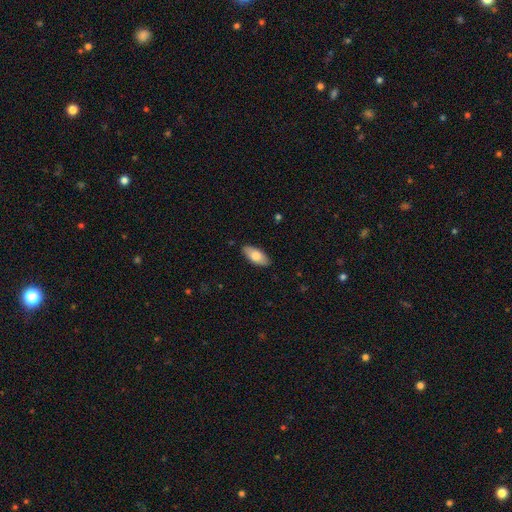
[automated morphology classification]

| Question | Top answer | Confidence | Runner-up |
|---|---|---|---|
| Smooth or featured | smooth | 78% | featured or disk (16%) |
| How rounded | in between | 86% | cigar-shaped (12%) |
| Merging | none | 88% | minor disturbance (9%) |